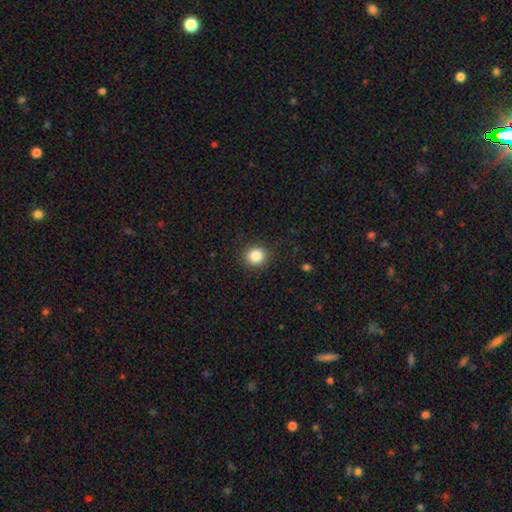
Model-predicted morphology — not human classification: The model was most divided on "smooth or featured": smooth: 86%, star or artifact: 10%, featured or disk: 4%. More confident: how rounded — round (90%); merging — none (90%).